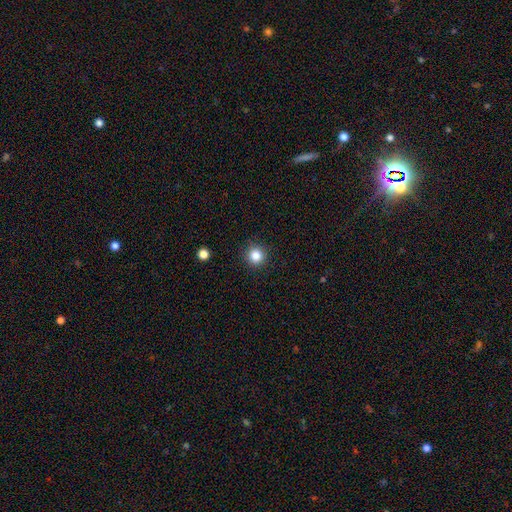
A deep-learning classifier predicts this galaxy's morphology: The model was most divided on "smooth or featured": smooth: 85%, star or artifact: 11%, featured or disk: 4%. More confident: how rounded — round (94%); merging — none (90%).